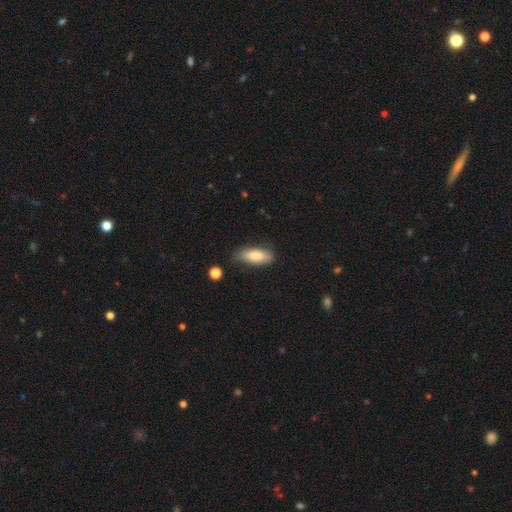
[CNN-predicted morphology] This is clearly a smooth galaxy (82%). How rounded: likely in between (73%). Merging: likely none (70%).